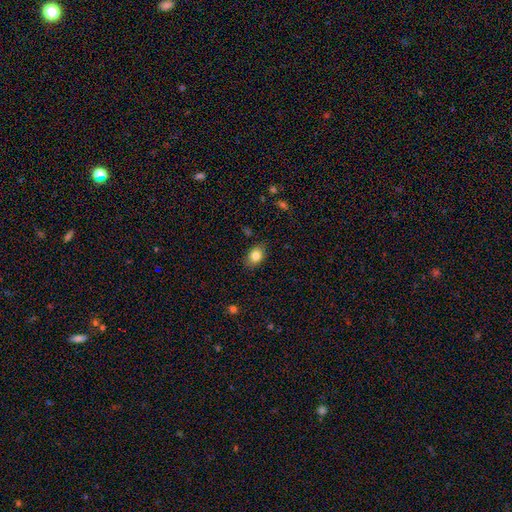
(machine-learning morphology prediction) Q: Smooth or featured?
A: smooth (83%); runner-up: star or artifact (9%)
Q: How rounded?
A: in between (73%); runner-up: round (26%)
Q: Merging?
A: none (82%); runner-up: minor disturbance (14%)